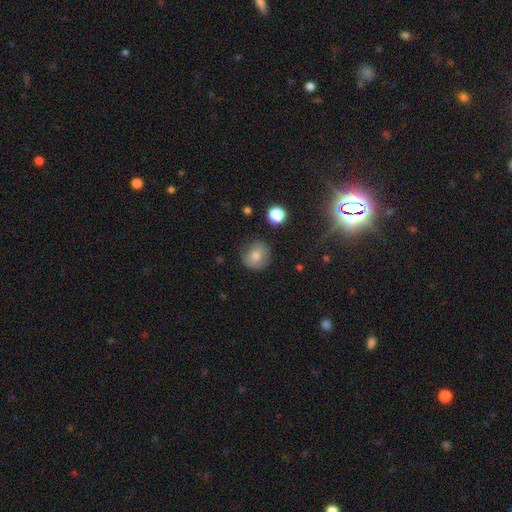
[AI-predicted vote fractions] The model was most divided on "smooth or featured": smooth: 71%, featured or disk: 15%, star or artifact: 14%. More confident: how rounded — round (87%); merging — none (81%).